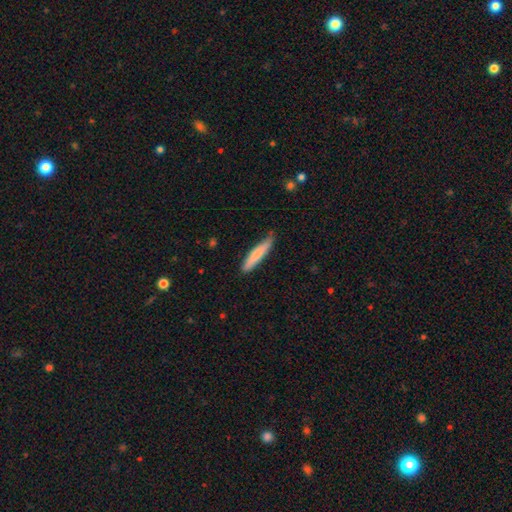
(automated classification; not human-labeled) Smooth or featured: smooth — 77% (featured or disk — 18%)
How rounded: cigar-shaped — 89% (in between — 10%)
Merging: none — 77% (minor disturbance — 19%)